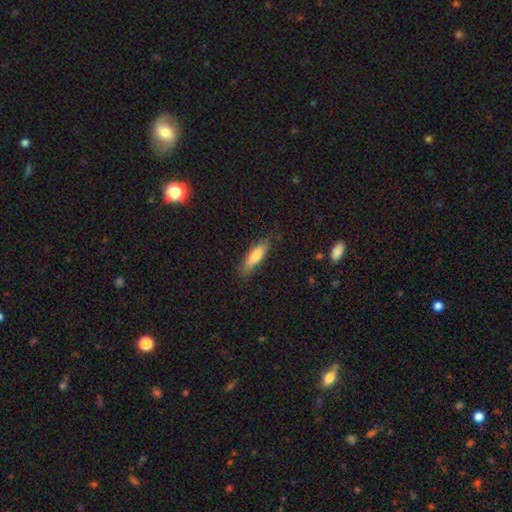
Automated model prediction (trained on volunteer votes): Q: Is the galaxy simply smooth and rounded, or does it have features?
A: smooth — 73%.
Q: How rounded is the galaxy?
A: cigar-shaped — 50%.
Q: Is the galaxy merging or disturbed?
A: none — 72%.